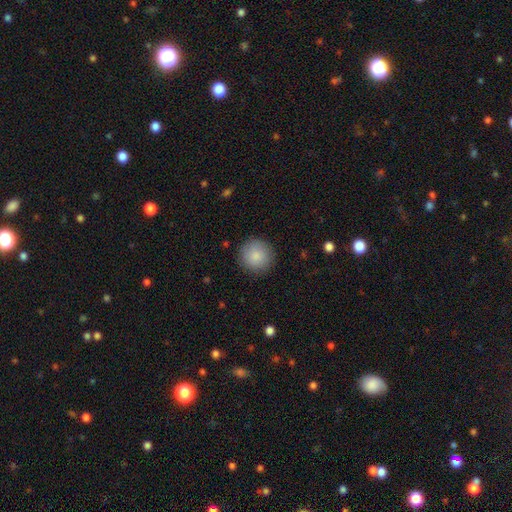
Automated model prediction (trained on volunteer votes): smooth_or_featured: smooth (p=0.87) [alt: star or artifact p=0.07]
how_rounded: round (p=0.95) [alt: in between p=0.04]
merging: none (p=0.89) [alt: minor disturbance p=0.07]